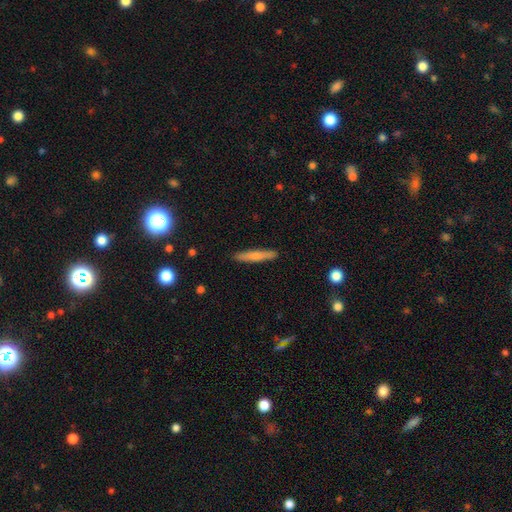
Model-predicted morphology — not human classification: smooth-or-featured: smooth: 61% | featured or disk: 33% | star or artifact: 6%
  how-rounded: cigar-shaped: 94% | in between: 5% | round: 2%
  merging: none: 90% | minor disturbance: 7% | major disturbance: 1% | merger: 1%